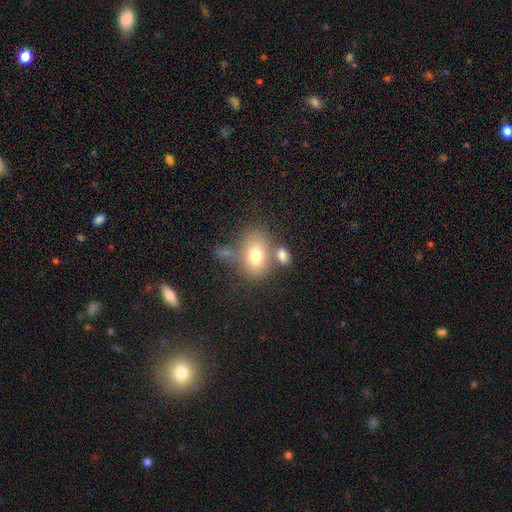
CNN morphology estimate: Smooth or featured? smooth (74%)
How rounded? in between (80%)
Merging? none (47%)